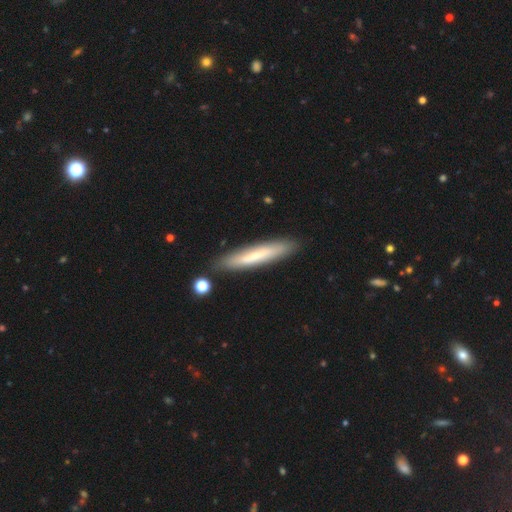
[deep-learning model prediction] Smooth or featured? smooth (59%)
How rounded? cigar-shaped (91%)
Merging? none (85%)